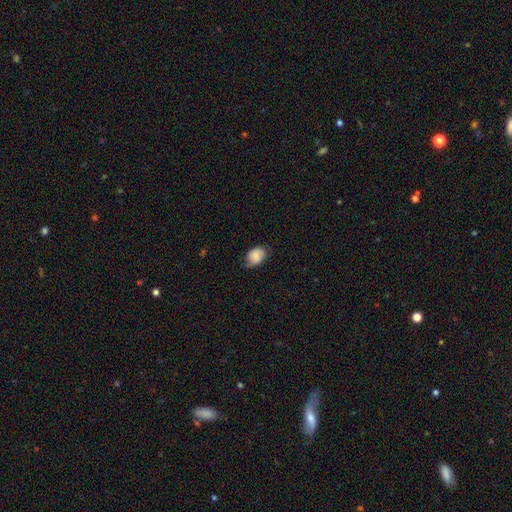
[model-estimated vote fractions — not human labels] Smooth or featured? smooth (76%)
How rounded? in between (71%)
Merging? none (63%)